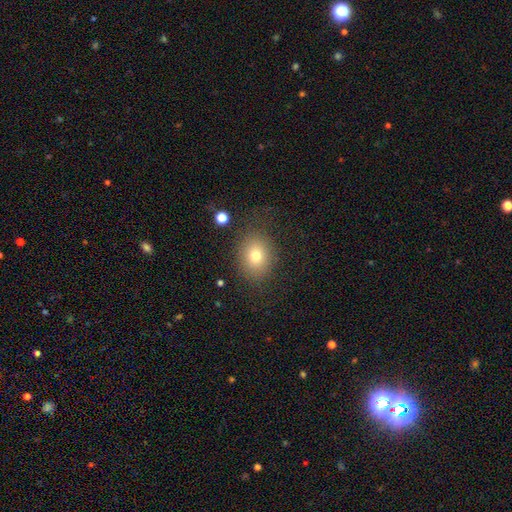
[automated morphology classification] Smooth or featured?
  - smooth: 74% *
  - star or artifact: 13%
  - featured or disk: 12%
How rounded?
  - round: 59% *
  - in between: 41%
  - cigar-shaped: 1%
Merging?
  - none: 79% *
  - minor disturbance: 13%
  - major disturbance: 7%
  - merger: 2%